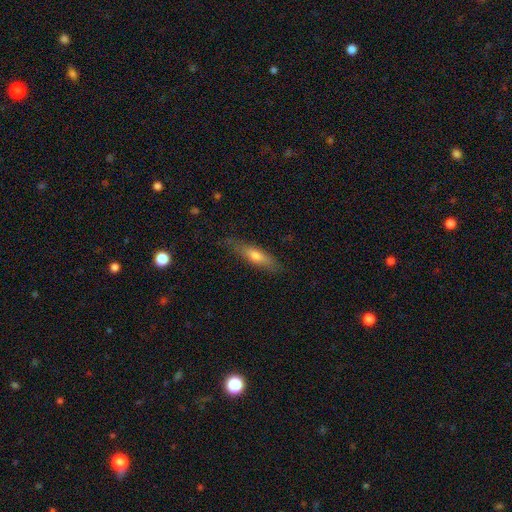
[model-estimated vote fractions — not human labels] Overall: smooth (64%; featured or disk 29%). How rounded: cigar-shaped (66%; in between 32%). Merging: none (77%).